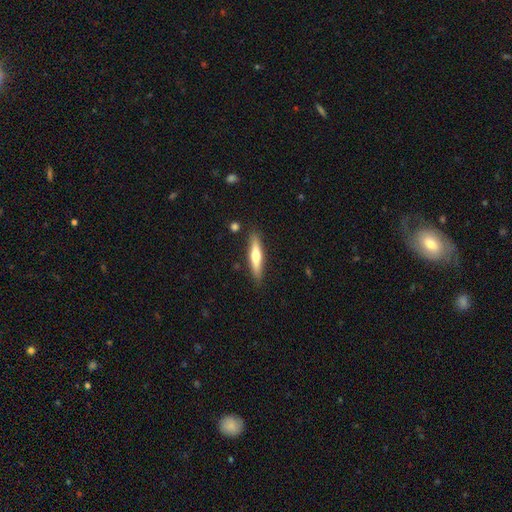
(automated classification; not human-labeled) Smooth or featured? smooth (51%)
How rounded? cigar-shaped (84%)
Merging? none (85%)